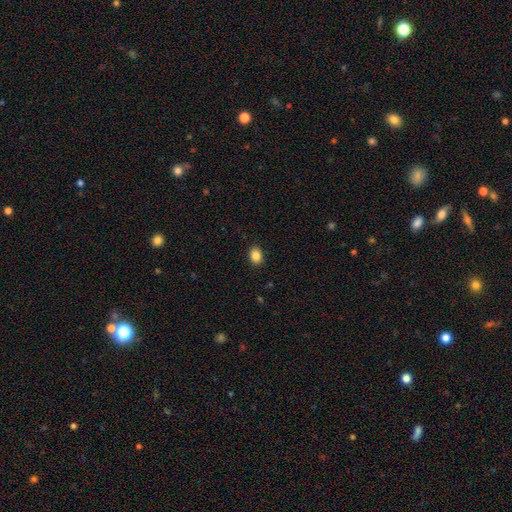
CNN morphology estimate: smooth-or-featured: smooth: 86% | star or artifact: 9% | featured or disk: 5%
  how-rounded: in between: 72% | round: 27% | cigar-shaped: 1%
  merging: none: 89% | minor disturbance: 8% | major disturbance: 2% | merger: 1%